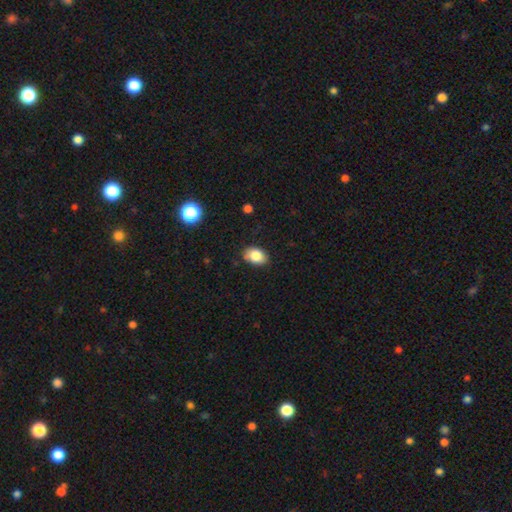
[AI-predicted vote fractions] A smooth galaxy with no disk features (83%) that is in between round and cigar-shaped (83%).

Vote fractions:
- Smooth or featured? smooth: 83% / star or artifact: 8% / featured or disk: 8%
- How rounded? in between: 83% / round: 15% / cigar-shaped: 1%
- Merging? none: 82% / minor disturbance: 14% / major disturbance: 2% / merger: 1%